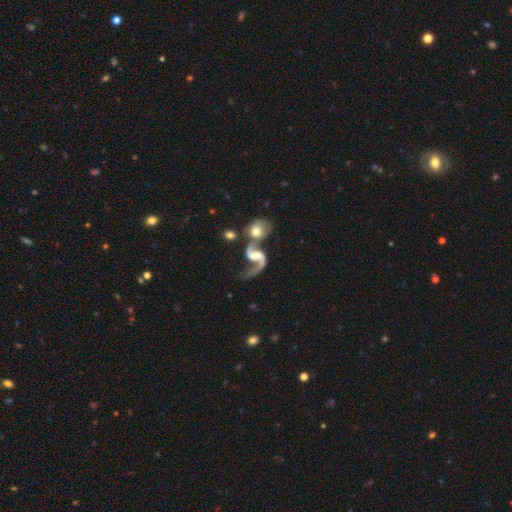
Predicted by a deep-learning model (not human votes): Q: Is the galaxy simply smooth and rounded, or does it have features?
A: featured or disk — 87%.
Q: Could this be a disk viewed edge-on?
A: no — 97%.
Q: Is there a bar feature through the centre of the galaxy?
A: weak — 44%.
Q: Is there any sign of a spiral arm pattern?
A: yes — 95%.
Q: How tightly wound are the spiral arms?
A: loose — 74%.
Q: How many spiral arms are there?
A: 2 — 80%.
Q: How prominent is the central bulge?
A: moderate — 48%.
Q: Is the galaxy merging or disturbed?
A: merger — 49%.